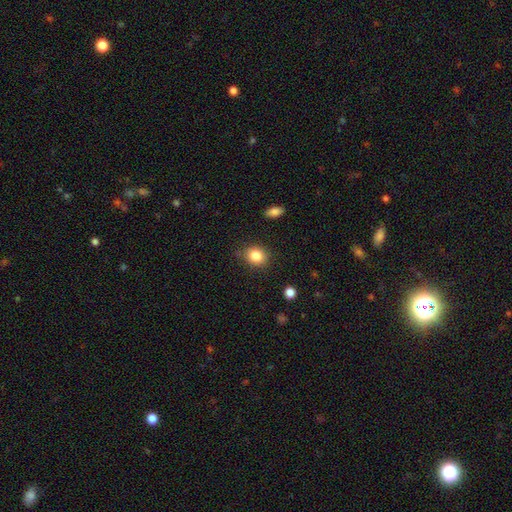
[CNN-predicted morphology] Smooth or featured? smooth (84%)
How rounded? round (60%)
Merging? none (84%)